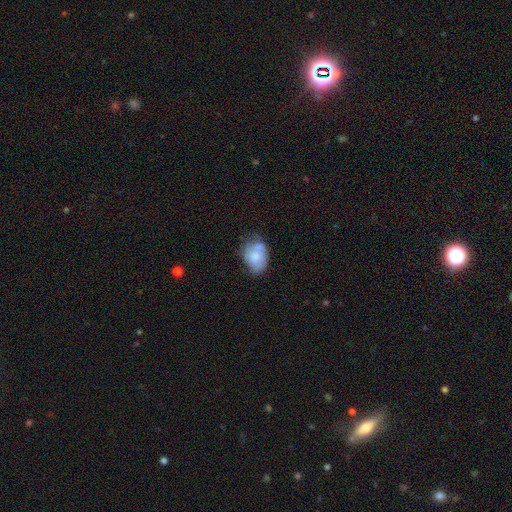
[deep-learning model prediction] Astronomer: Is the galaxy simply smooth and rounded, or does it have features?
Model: smooth — 69%.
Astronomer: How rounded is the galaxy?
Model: in between — 79%.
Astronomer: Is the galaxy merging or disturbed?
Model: none — 44% (runner-up: minor disturbance, 34%).